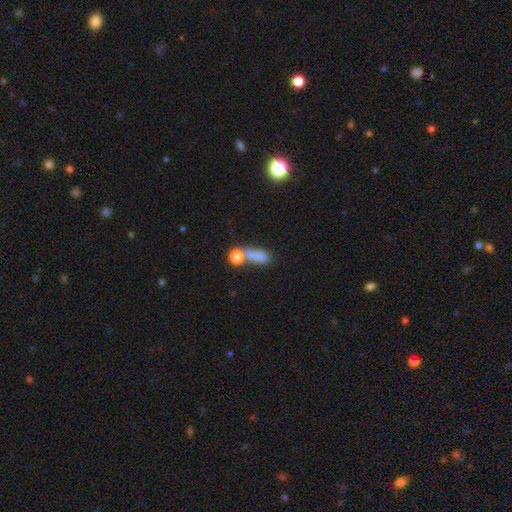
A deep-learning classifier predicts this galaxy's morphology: A smooth galaxy with no disk features (75%) that is in between round and cigar-shaped (47%). Merging: none (43%).